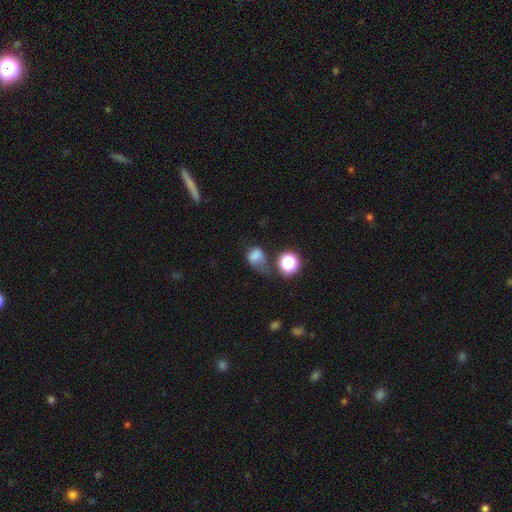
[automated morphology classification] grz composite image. It shows a smooth galaxy with no disk features (73%) that is in between round and cigar-shaped (51%). Merging: major disturbance (32%).